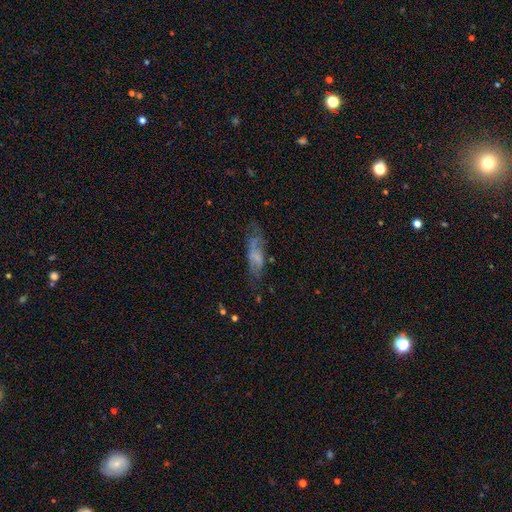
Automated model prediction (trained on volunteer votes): Smooth or featured: featured or disk — 46% (smooth — 43%)
Merging: none — 52% (minor disturbance — 25%)